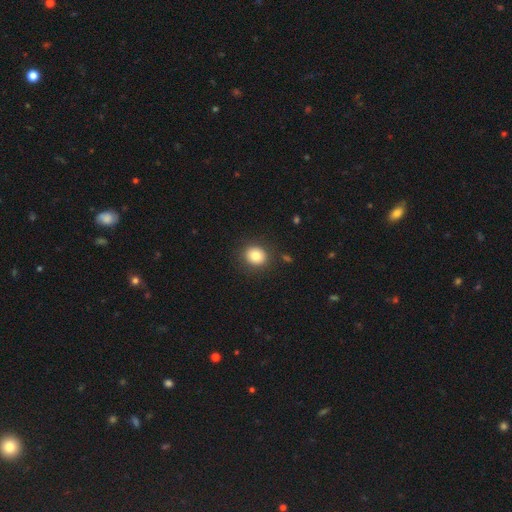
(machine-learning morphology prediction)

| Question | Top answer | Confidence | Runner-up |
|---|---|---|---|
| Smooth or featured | smooth | 82% | star or artifact (10%) |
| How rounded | round | 76% | in between (23%) |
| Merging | none | 89% | minor disturbance (7%) |